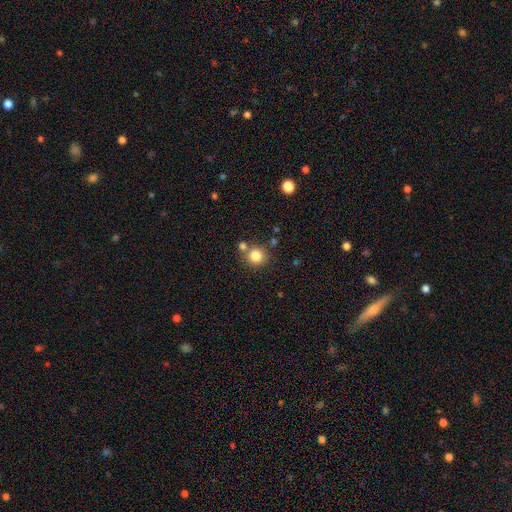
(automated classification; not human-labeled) Q: Smooth or featured?
A: smooth (82%); runner-up: star or artifact (11%)
Q: How rounded?
A: round (91%); runner-up: in between (8%)
Q: Merging?
A: none (70%); runner-up: merger (19%)